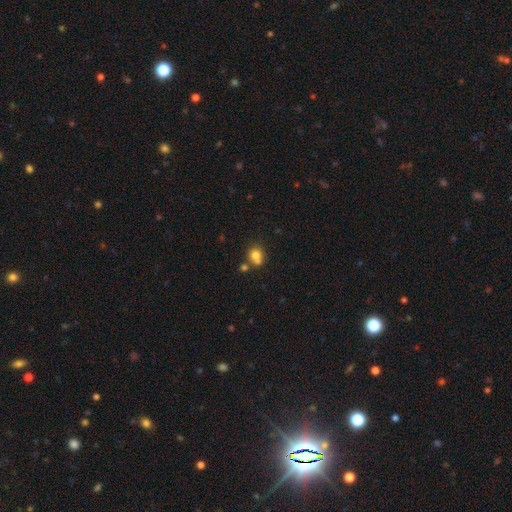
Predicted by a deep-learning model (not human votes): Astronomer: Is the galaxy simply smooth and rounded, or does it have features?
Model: smooth — 77%.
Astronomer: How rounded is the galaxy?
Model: round — 70%.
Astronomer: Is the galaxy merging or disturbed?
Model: none — 47% (runner-up: merger, 34%).